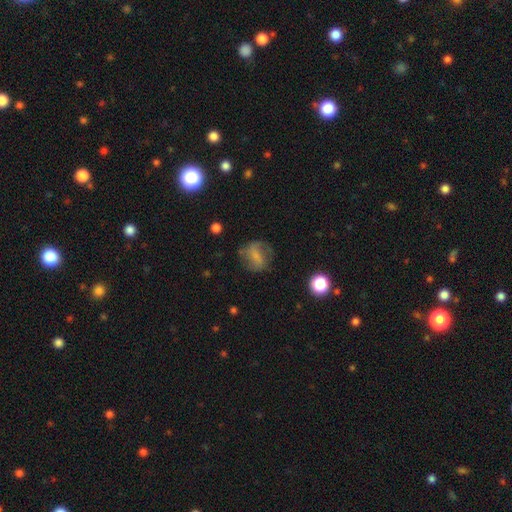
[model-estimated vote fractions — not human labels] Smooth or featured: smooth — 48% (featured or disk — 41%)
Merging: none — 59% (minor disturbance — 22%)